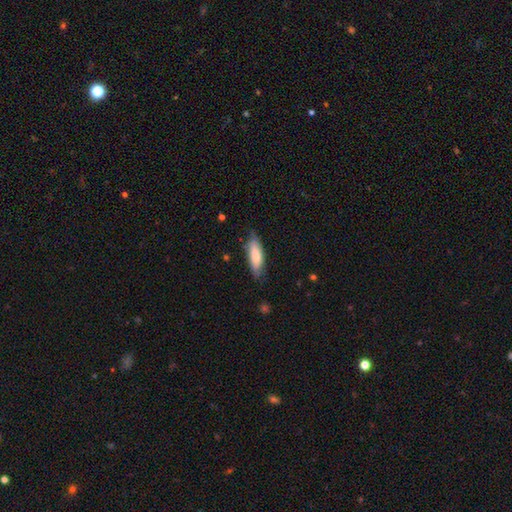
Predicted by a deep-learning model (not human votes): smooth 77%, featured or disk 17%, star or artifact 6%. Down the decision tree: how rounded — in between (52%); merging — none (71%).